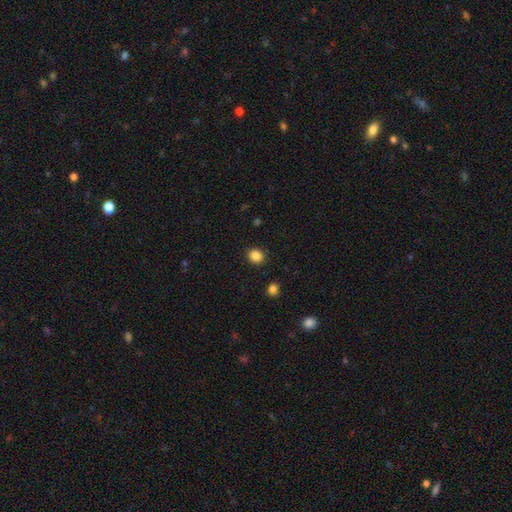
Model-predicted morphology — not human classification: Q: Smooth or featured?
A: smooth (86%); runner-up: star or artifact (10%)
Q: How rounded?
A: round (75%); runner-up: in between (24%)
Q: Merging?
A: none (90%); runner-up: minor disturbance (6%)